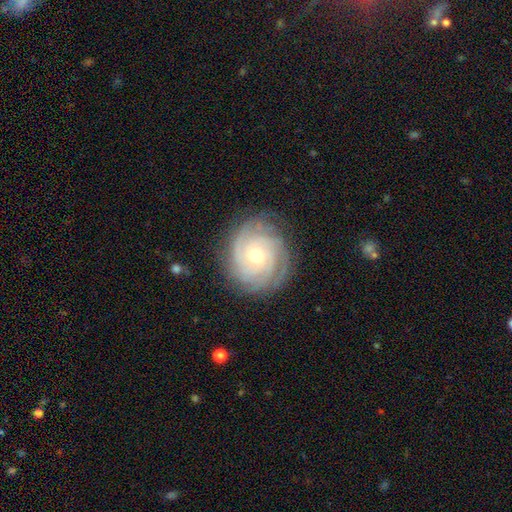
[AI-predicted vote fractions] This appears to be a featured or disk galaxy (86%) with no bar (66%), tight (80%) spiral arms (97%) and a moderate central bulge (55%). Merging: none (81%).